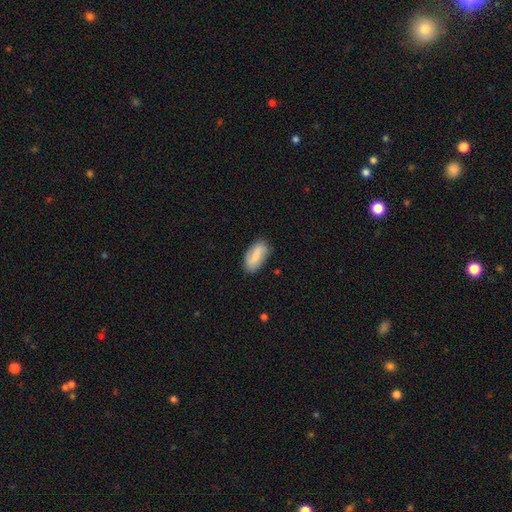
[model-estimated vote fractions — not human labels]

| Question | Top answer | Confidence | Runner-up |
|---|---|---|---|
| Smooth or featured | smooth | 72% | featured or disk (21%) |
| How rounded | in between | 89% | cigar-shaped (8%) |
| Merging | none | 78% | minor disturbance (17%) |